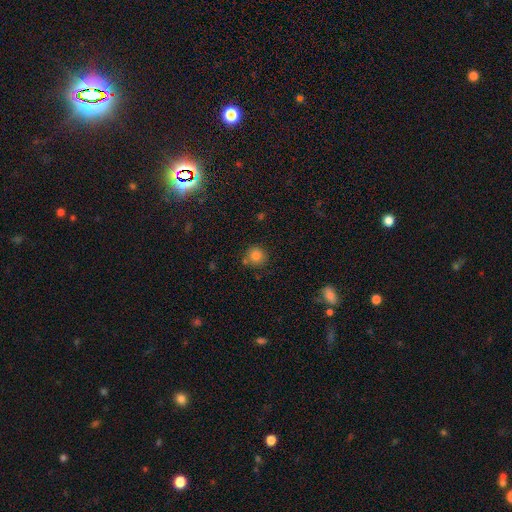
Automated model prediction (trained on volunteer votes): This is clearly a smooth galaxy (81%). How rounded: clearly round (92%). Merging: likely none (77%).